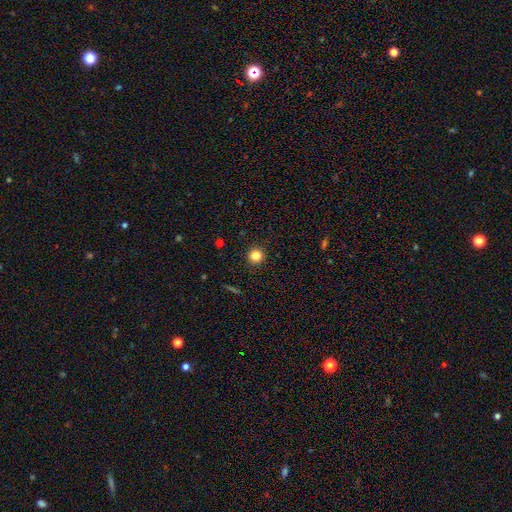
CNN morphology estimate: smooth 83%, star or artifact 12%, featured or disk 5%. Down the decision tree: how rounded — round (94%); merging — none (92%).